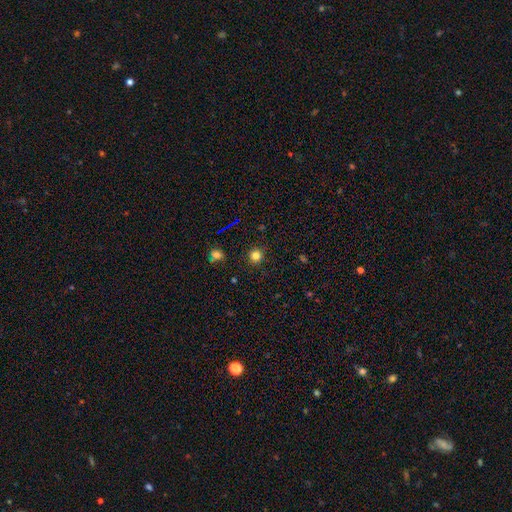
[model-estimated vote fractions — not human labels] A smooth galaxy with no disk features (80%) that is round (93%). Merging: none (90%).